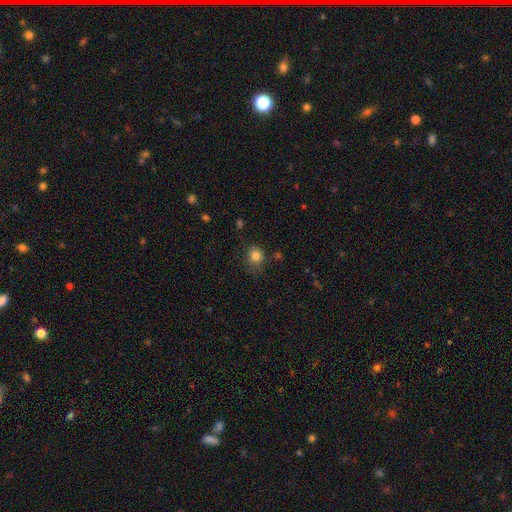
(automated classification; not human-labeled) smooth 83%, star or artifact 12%, featured or disk 5%. Down the decision tree: how rounded — round (79%); merging — none (73%).